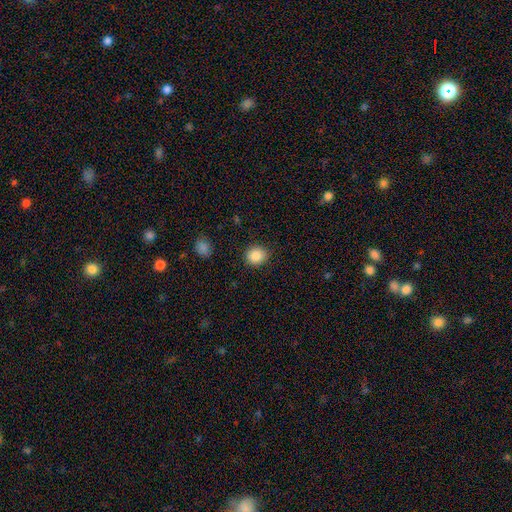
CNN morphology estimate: Smooth or featured? smooth (87%)
How rounded? round (77%)
Merging? none (89%)